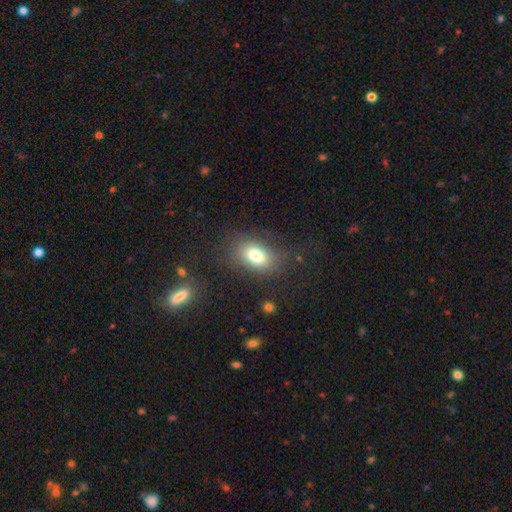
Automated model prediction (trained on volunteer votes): Overall: smooth (77%). How rounded: in between (84%). Merging: none (74%).